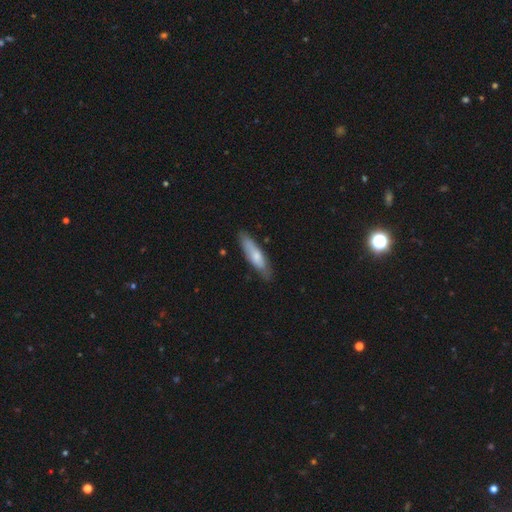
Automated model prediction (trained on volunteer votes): The model was most divided on "smooth or featured": smooth: 68%, featured or disk: 26%, star or artifact: 5%. More confident: merging — none (79%); how rounded — cigar-shaped (71%).